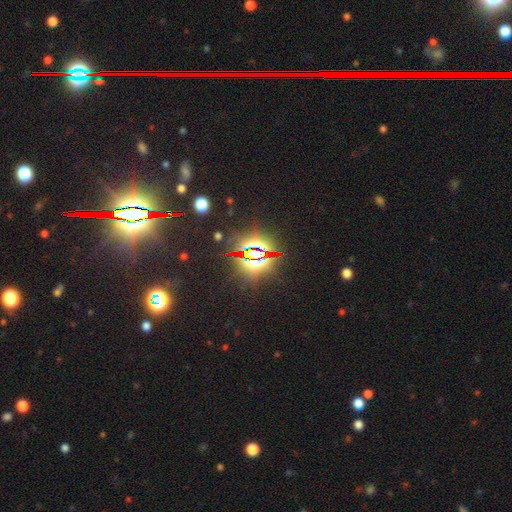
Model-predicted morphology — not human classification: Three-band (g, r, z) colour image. It shows a star or artifact, not a galaxy (81%).